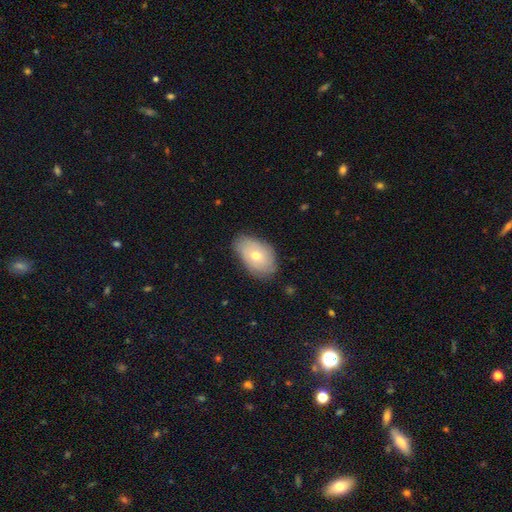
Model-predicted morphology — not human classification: Smooth or featured? Predicted: smooth (p=0.57). How rounded? Predicted: in between (p=0.90). Merging? Predicted: none (p=0.73).